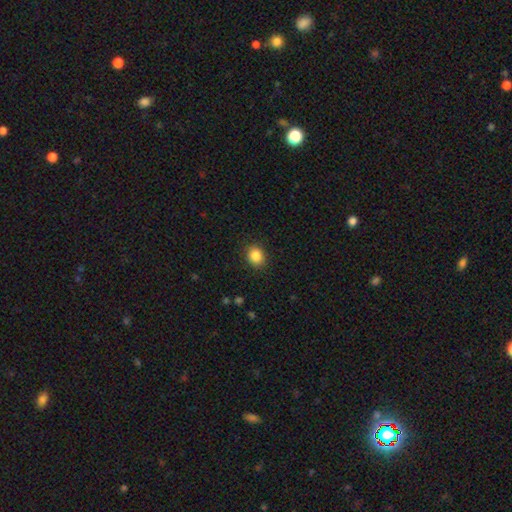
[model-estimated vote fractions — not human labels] smooth_or_featured: smooth (p=0.86) [alt: star or artifact p=0.10]
how_rounded: round (p=0.67) [alt: in between p=0.32]
merging: none (p=0.90) [alt: minor disturbance p=0.07]